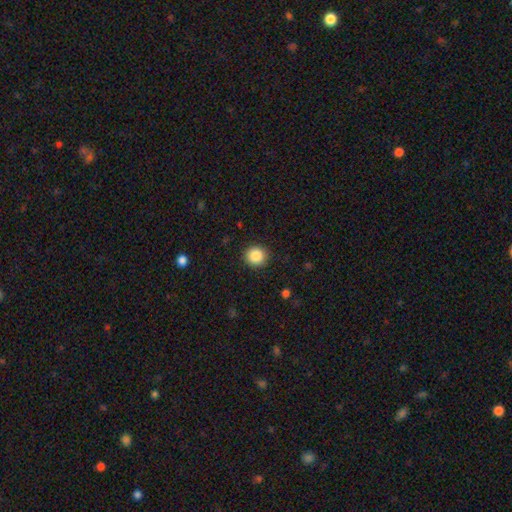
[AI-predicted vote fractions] A smooth galaxy with no disk features (88%) that is round (90%). Merging: none (91%).